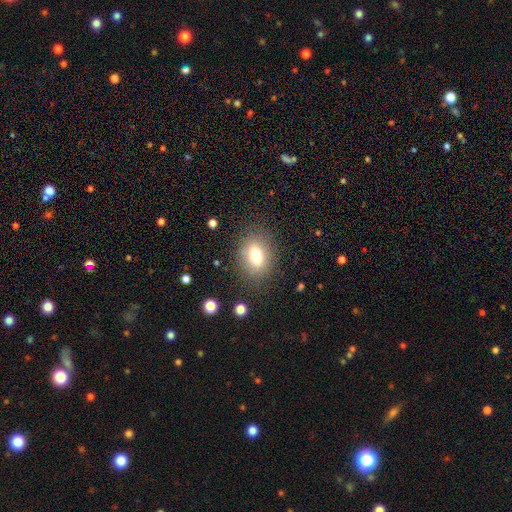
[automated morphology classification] type=smooth (74%); roundness=in between (73%); merging=none (82%).